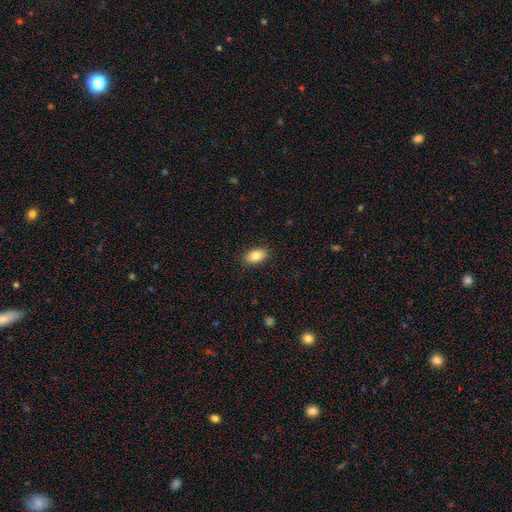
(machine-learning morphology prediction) type=smooth (83%); roundness=in between (91%); merging=none (88%).